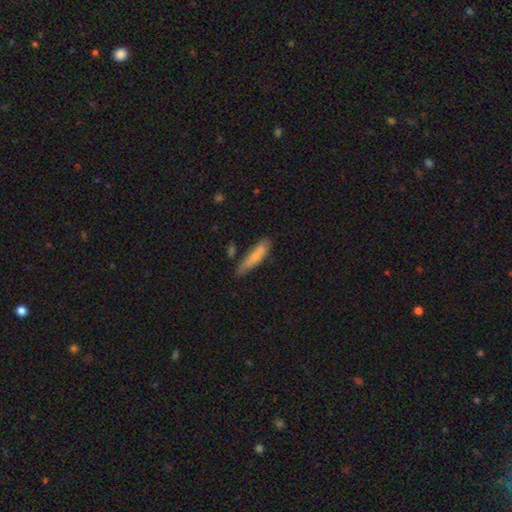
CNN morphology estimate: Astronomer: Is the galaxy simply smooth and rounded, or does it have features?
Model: smooth — 72%.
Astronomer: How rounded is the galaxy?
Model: cigar-shaped — 74%.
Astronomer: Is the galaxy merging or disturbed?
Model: none — 62%.